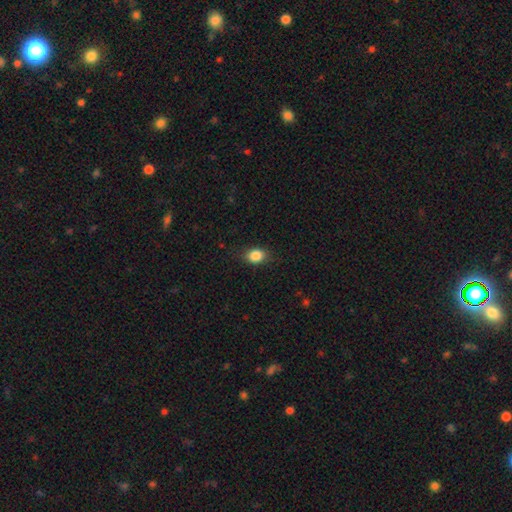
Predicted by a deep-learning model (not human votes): Overall: smooth (86%). How rounded: in between (60%; round 39%). Merging: none (81%).